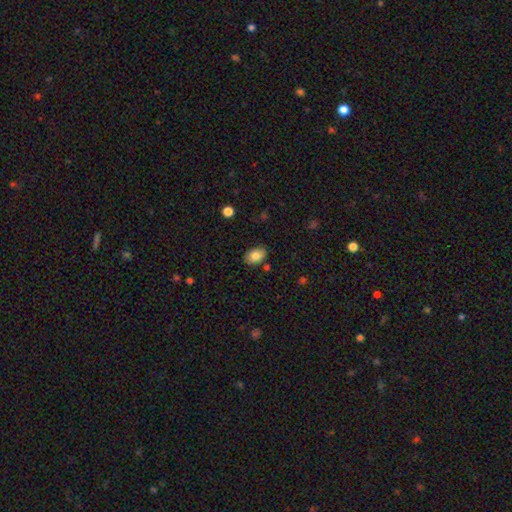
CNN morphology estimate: The model was most divided on "how rounded": in between: 84%, round: 15%, cigar-shaped: 1%. More confident: smooth or featured — smooth (83%); merging — none (82%).